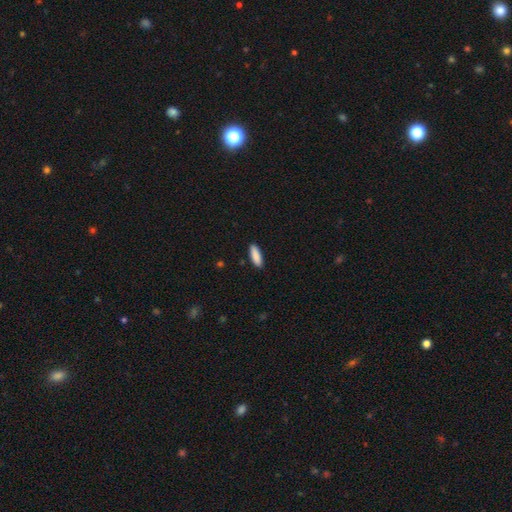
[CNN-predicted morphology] This is clearly a smooth galaxy (90%). How rounded: possibly in between (54%). Merging: clearly none (89%).